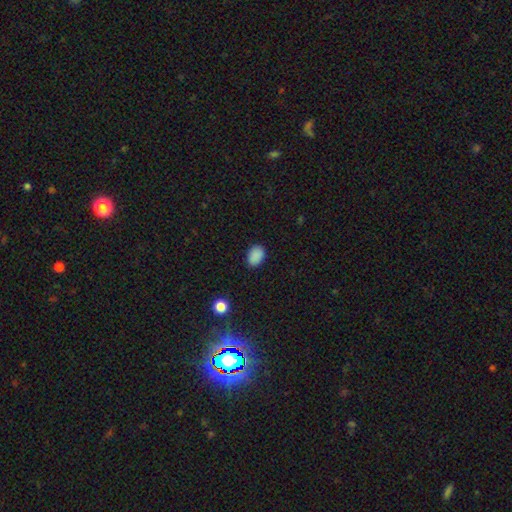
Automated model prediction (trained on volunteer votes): Smooth or featured? Predicted: smooth (p=0.87). How rounded? Predicted: in between (p=0.81). Merging? Predicted: none (p=0.87).